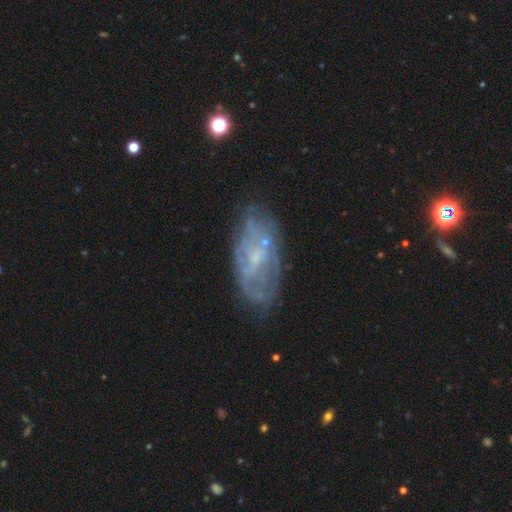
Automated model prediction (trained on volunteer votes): The model was most divided on "spiral arms": no: 52%, yes: 48%. More confident: edge-on disk — no (92%); smooth or featured — featured or disk (66%); merging — none (62%); bar — no (61%); bulge size — small (59%).